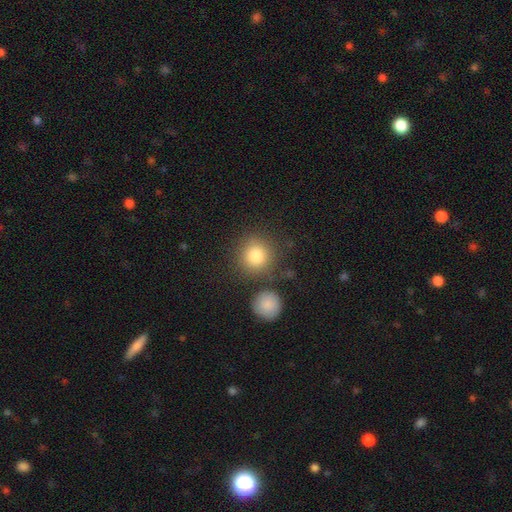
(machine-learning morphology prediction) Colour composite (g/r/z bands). It shows a smooth galaxy with no disk features (83%) that is round (92%). Merging: none (77%).